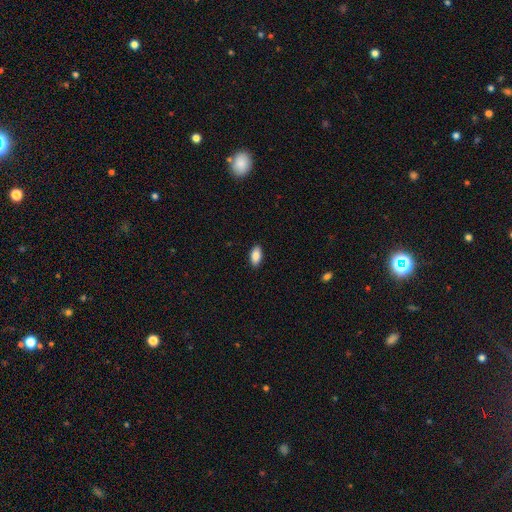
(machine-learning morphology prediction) smooth 88%, star or artifact 7%, featured or disk 5%. Down the decision tree: how rounded — in between (93%); merging — none (89%).